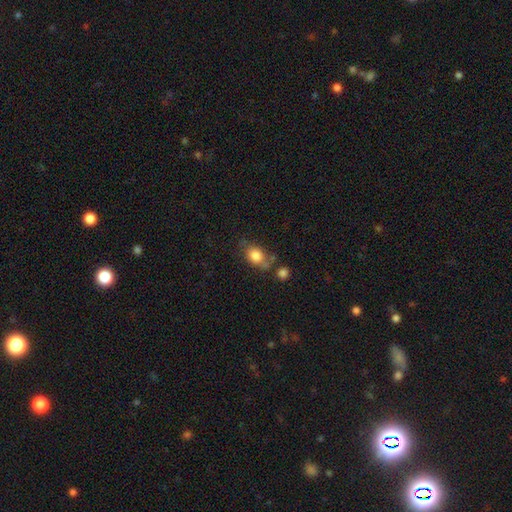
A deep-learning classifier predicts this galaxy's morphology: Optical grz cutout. It shows a smooth galaxy with no disk features (80%) that is in between round and cigar-shaped (67%). Merging: none (58%).